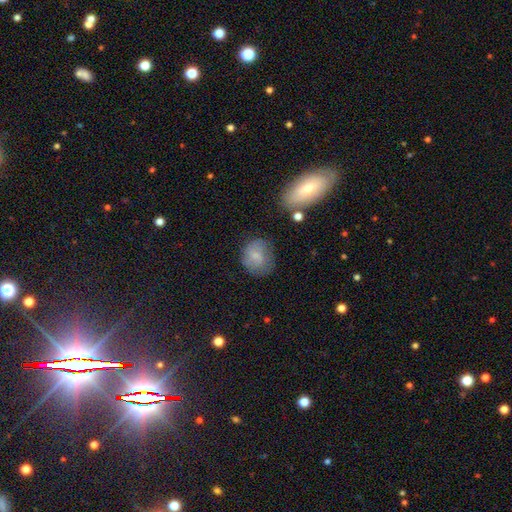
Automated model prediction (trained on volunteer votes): smooth_or_featured: smooth (p=0.71) [alt: featured or disk p=0.20]
how_rounded: round (p=0.66) [alt: in between p=0.33]
merging: none (p=0.60) [alt: minor disturbance p=0.25]